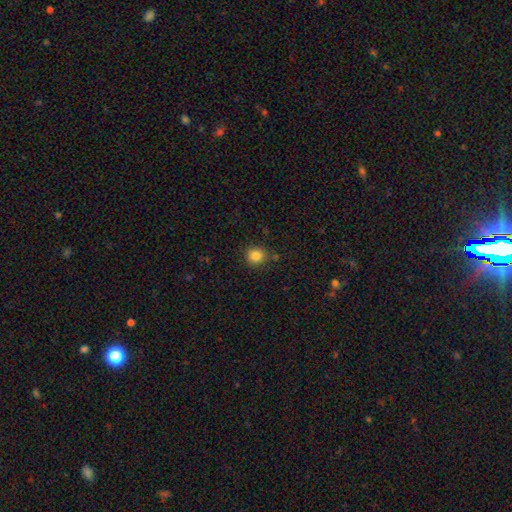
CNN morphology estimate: Smooth or featured? Predicted: smooth (p=0.84). How rounded? Predicted: round (p=0.89). Merging? Predicted: none (p=0.85).